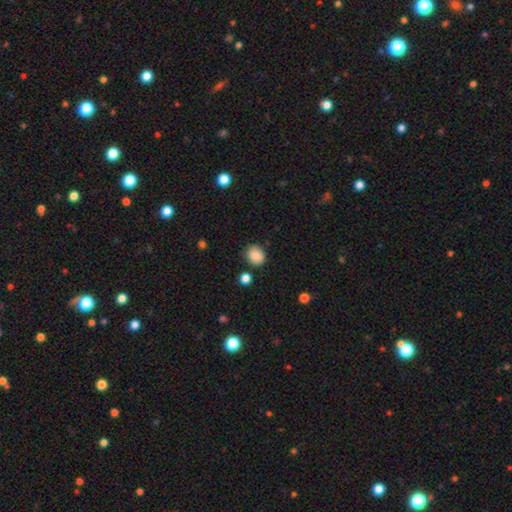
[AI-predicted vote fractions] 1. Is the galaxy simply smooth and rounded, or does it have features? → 84% smooth, 9% star or artifact, 7% featured or disk.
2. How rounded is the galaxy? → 75% round, 24% in between, 1% cigar-shaped.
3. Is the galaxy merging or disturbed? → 80% none, 13% minor disturbance, 3% merger, 3% major disturbance.